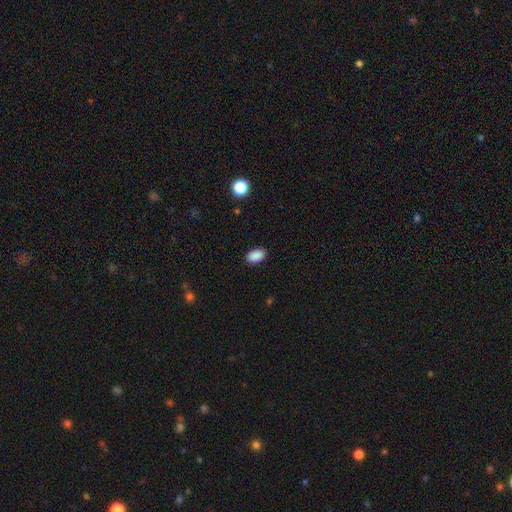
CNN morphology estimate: A smooth galaxy with no disk features (89%) that is in between round and cigar-shaped (92%). Merging: none (89%).